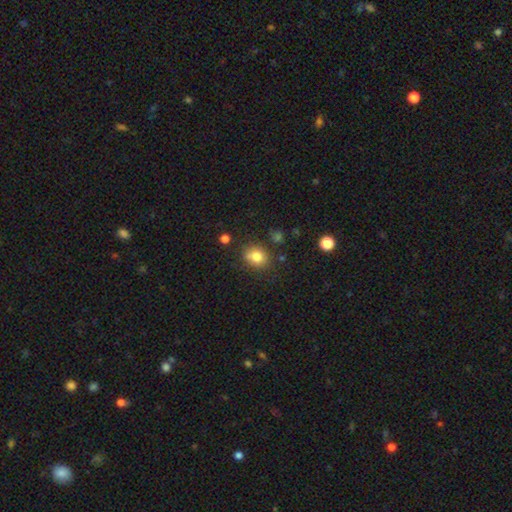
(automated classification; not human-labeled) This appears to be a smooth galaxy with no disk features (80%) that is round (58%). Merging: none (71%).